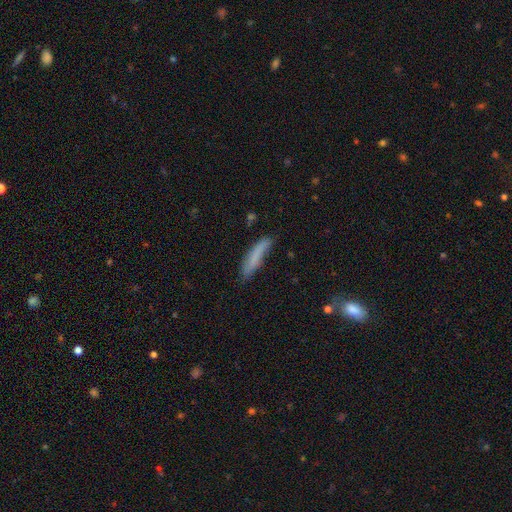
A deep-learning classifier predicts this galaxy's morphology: Smooth or featured? Predicted: smooth (p=0.75). How rounded? Predicted: cigar-shaped (p=0.84). Merging? Predicted: none (p=0.66).